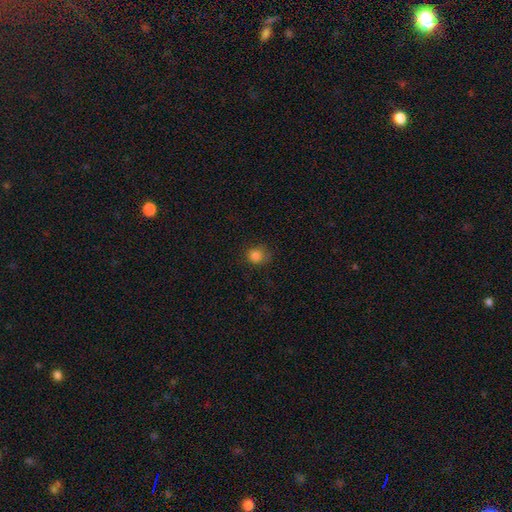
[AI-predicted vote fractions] This is clearly a smooth galaxy (82%). How rounded: likely round (77%). Merging: likely none (68%).